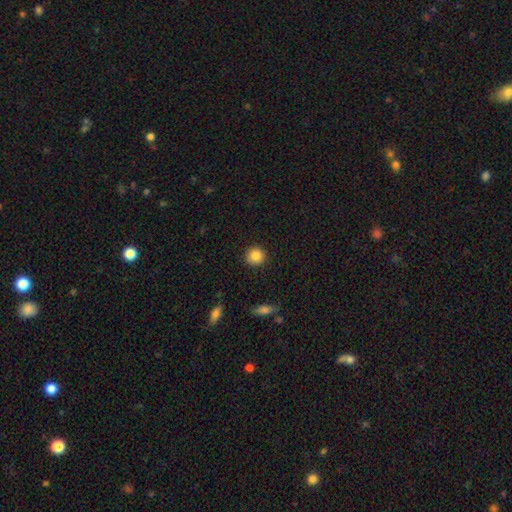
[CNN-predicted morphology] This is clearly a smooth galaxy (85%). How rounded: clearly round (90%). Merging: clearly none (90%).